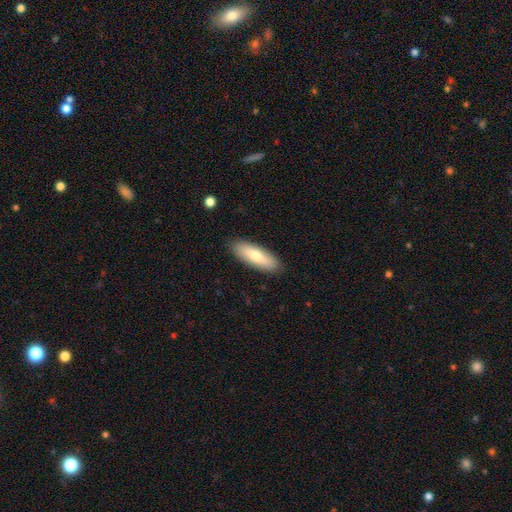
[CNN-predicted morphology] The model was most divided on "how rounded": in between: 53%, cigar-shaped: 45%, round: 2%. More confident: merging — none (88%); smooth or featured — smooth (73%).